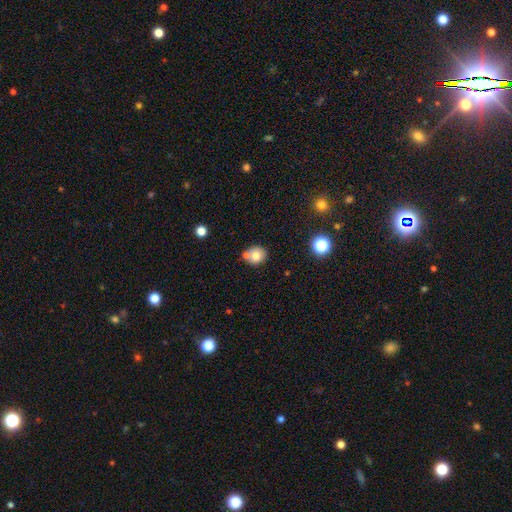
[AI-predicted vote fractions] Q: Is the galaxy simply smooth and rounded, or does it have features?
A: smooth — 75%.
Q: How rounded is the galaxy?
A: round — 80%.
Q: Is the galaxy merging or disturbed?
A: none — 61%.